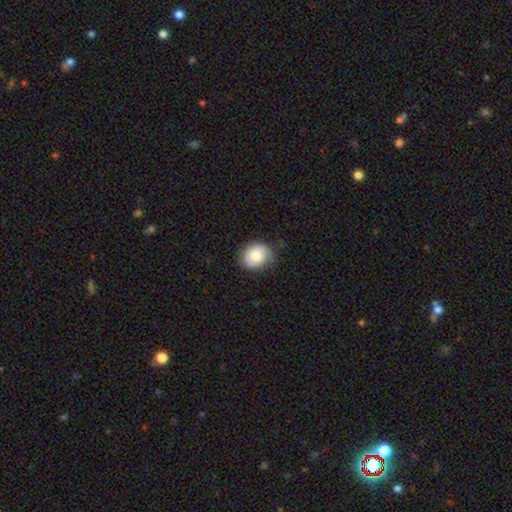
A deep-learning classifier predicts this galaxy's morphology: Overall: smooth (74%). How rounded: round (62%; in between 37%). Merging: none (63%; minor disturbance 28%).